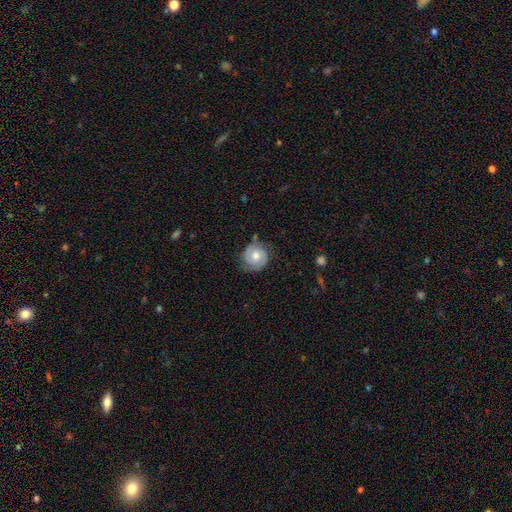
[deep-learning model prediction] This appears to be a featured or disk galaxy (59%) with no bar (68%), 2 (79%) tight (57%) spiral arms (88%) and a moderate central bulge (71%). Merging: none (74%).